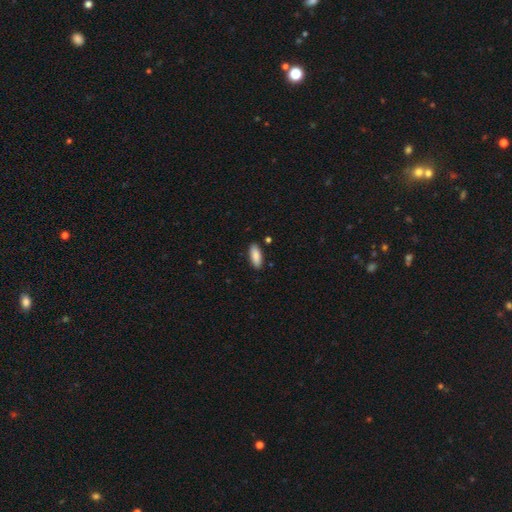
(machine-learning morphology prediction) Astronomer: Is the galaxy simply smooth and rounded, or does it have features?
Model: smooth — 88%.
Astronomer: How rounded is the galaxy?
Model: in between — 73%.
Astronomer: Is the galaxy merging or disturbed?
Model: none — 88%.